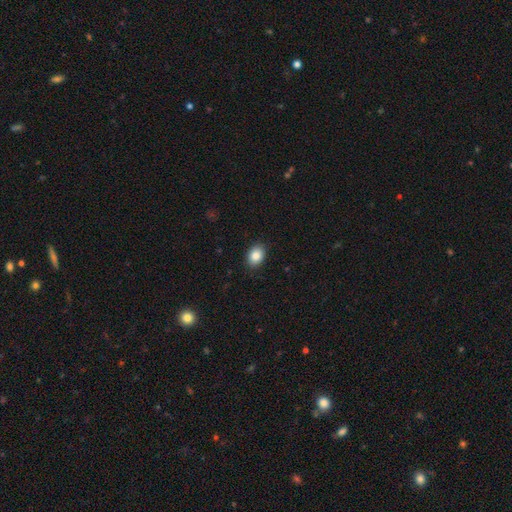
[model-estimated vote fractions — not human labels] Q: Smooth or featured?
A: smooth (86%); runner-up: star or artifact (8%)
Q: How rounded?
A: in between (73%); runner-up: round (27%)
Q: Merging?
A: none (88%); runner-up: minor disturbance (9%)